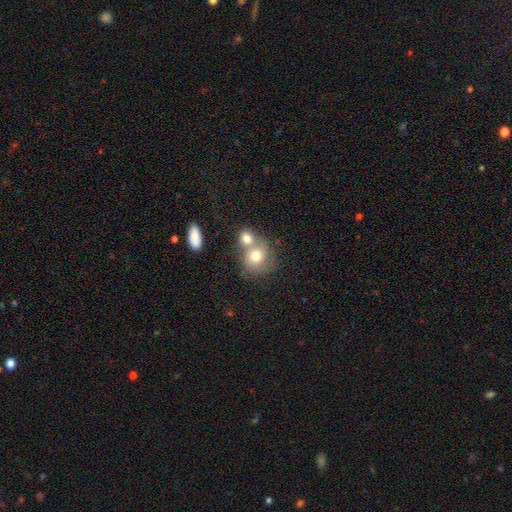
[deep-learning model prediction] Morphology: type=smooth (72%); roundness=round (73%); merging=merger (58%).